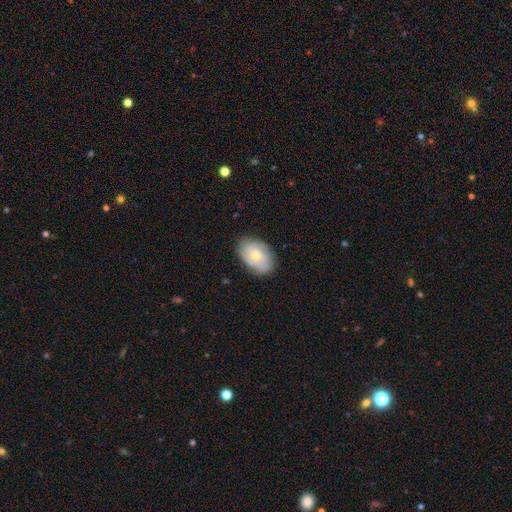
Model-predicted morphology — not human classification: A smooth galaxy with no disk features (51%) that is in between round and cigar-shaped (85%). Merging: none (77%).